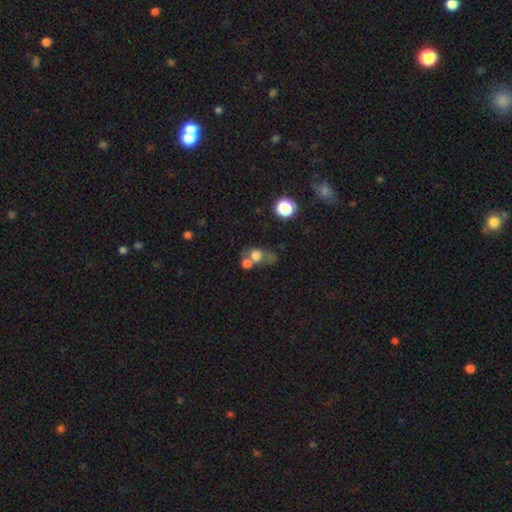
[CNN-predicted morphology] type=smooth (64%); roundness=round (57%); merging=merger (51%).